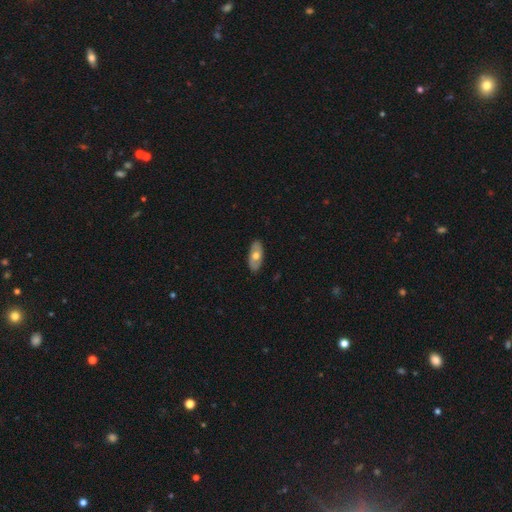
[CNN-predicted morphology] This is possibly a smooth galaxy (57%). How rounded: clearly in between (90%). Merging: clearly none (88%).